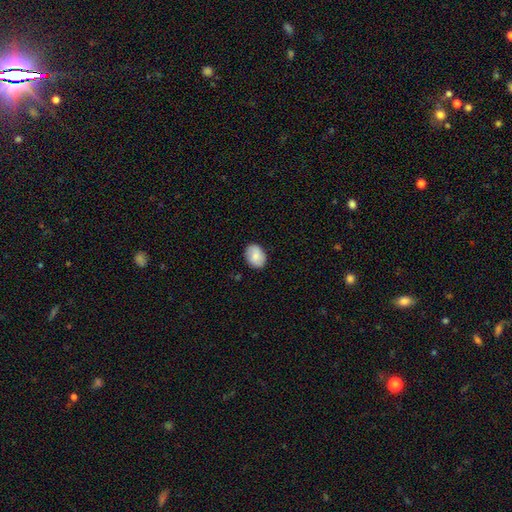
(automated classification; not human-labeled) smooth 81%, featured or disk 12%, star or artifact 7%. Down the decision tree: how rounded — in between (71%); merging — none (85%).